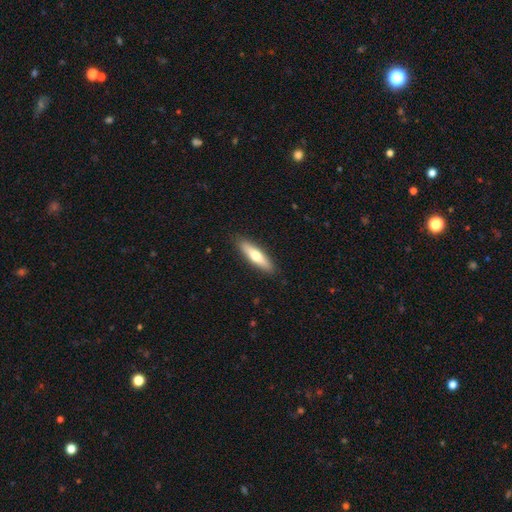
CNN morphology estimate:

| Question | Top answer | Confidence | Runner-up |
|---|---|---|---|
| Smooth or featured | smooth | 61% | featured or disk (34%) |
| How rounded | cigar-shaped | 73% | in between (25%) |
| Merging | none | 89% | minor disturbance (8%) |